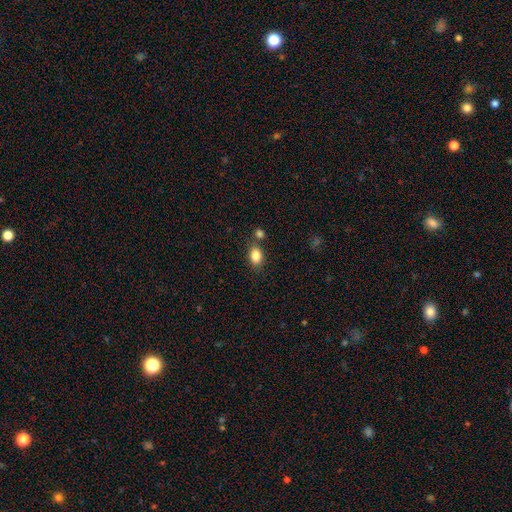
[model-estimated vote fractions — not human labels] Smooth or featured? smooth (85%)
How rounded? in between (78%)
Merging? none (70%)